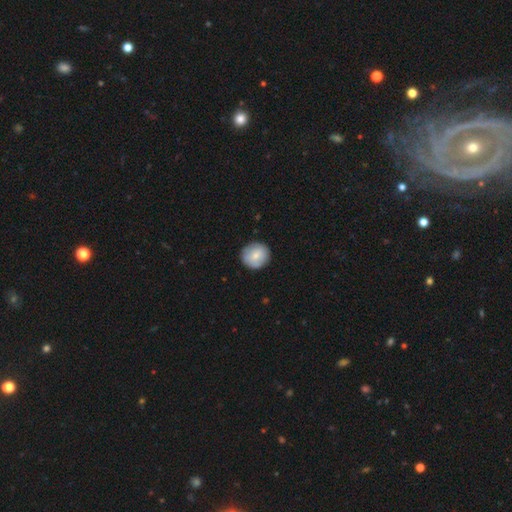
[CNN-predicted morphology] A smooth galaxy with no disk features (76%) that is round (91%).

Vote fractions:
- Smooth or featured? smooth: 76% / featured or disk: 18% / star or artifact: 6%
- How rounded? round: 91% / in between: 8% / cigar-shaped: 1%
- Merging? none: 87% / minor disturbance: 10% / major disturbance: 2% / merger: 1%